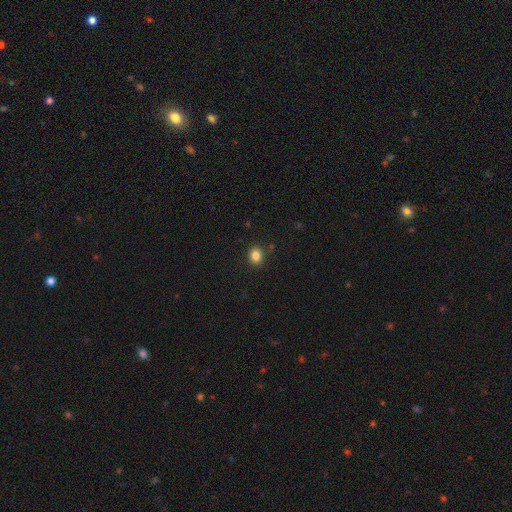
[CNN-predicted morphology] This appears to be a smooth galaxy with no disk features (83%) that is round (67%). Merging: none (88%).